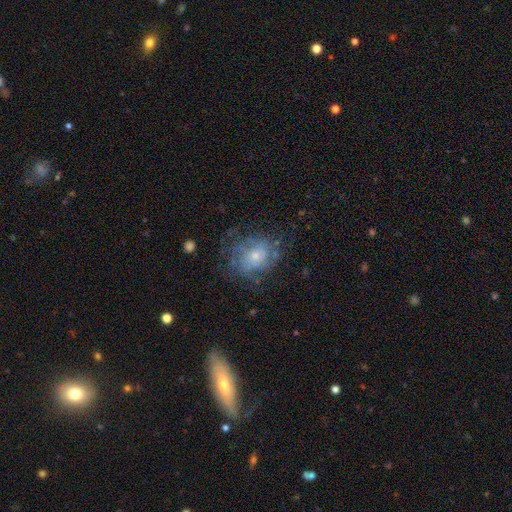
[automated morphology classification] This is likely a featured or disk galaxy (60%). It is clearly not viewed edge-on (97%). Bar: likely no (80%). Spiral arm pattern: likely yes (75%). Central bulge: possibly small (57%). Merging: likely none (63%).